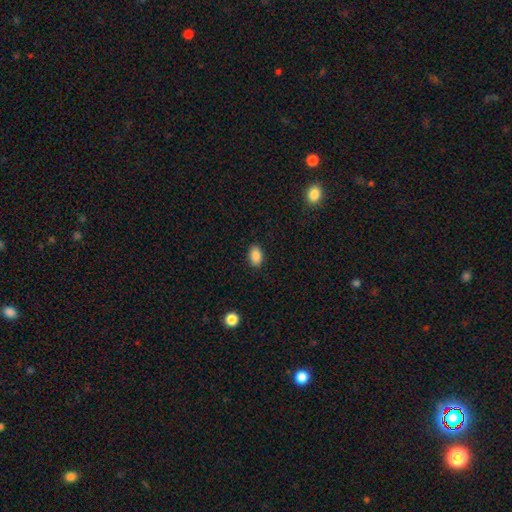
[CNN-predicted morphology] Smooth or featured? smooth (88%)
How rounded? in between (89%)
Merging? none (89%)